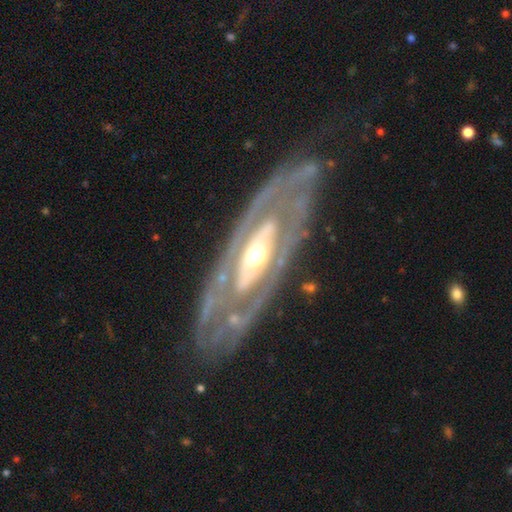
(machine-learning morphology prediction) Smooth or featured? Predicted: featured or disk (p=0.85). Edge-on disk? Predicted: no (p=0.83). Bar? Predicted: no (p=0.67). Spiral arms? Predicted: yes (p=0.59). Bulge size? Predicted: moderate (p=0.63). Merging? Predicted: none (p=0.75).